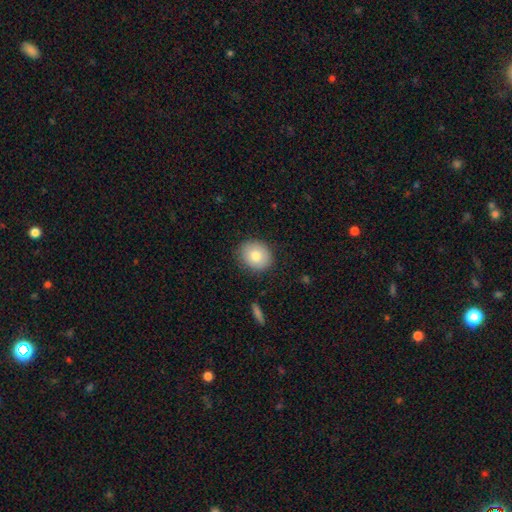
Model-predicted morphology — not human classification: This is clearly a smooth galaxy (81%). How rounded: likely round (71%). Merging: clearly none (86%).